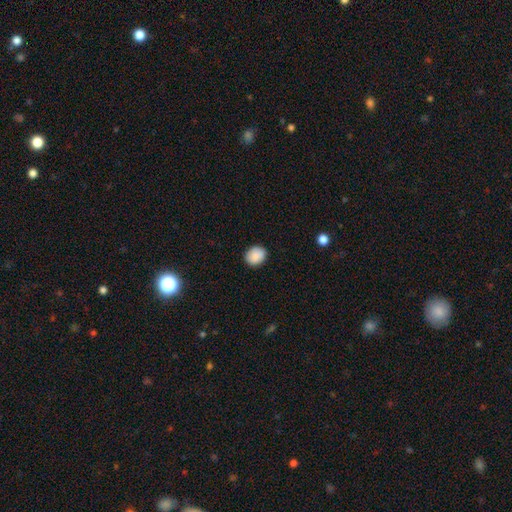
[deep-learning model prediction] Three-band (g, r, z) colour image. It shows a smooth galaxy with no disk features (88%) that is round (62%). Merging: none (88%).